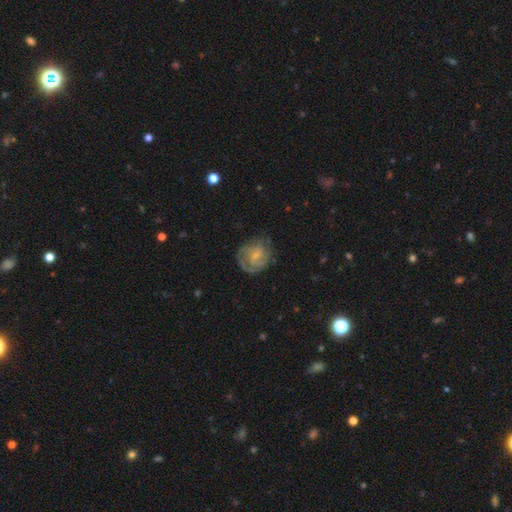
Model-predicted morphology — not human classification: Smooth or featured? Predicted: featured or disk (p=0.71). Edge-on disk? Predicted: no (p=0.98). Bar? Predicted: no (p=0.50). Spiral arms? Predicted: yes (p=0.89). Spiral winding? Predicted: tight (p=0.50). Spiral arm count? Predicted: 2 (p=0.44). Bulge size? Predicted: small (p=0.57). Merging? Predicted: none (p=0.67).